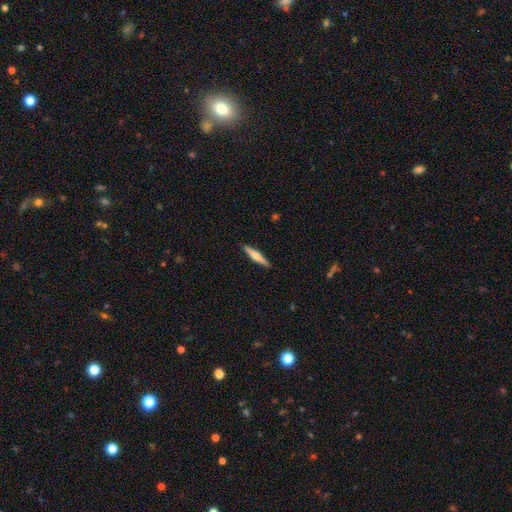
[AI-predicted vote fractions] Smooth or featured? featured or disk (50%)
Edge-on disk? yes (97%)
Merging? none (91%)